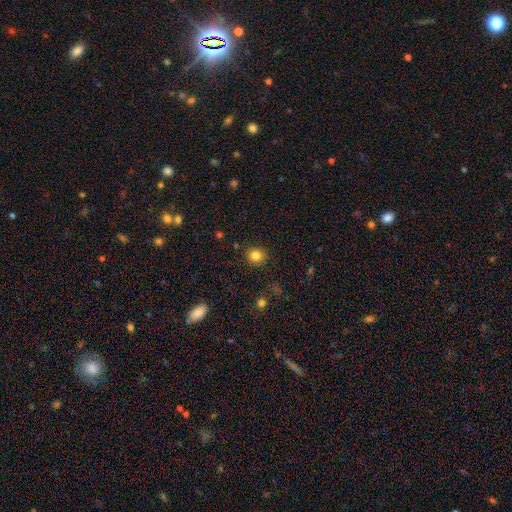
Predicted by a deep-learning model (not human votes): Overall: smooth (83%). How rounded: round (82%). Merging: none (89%).